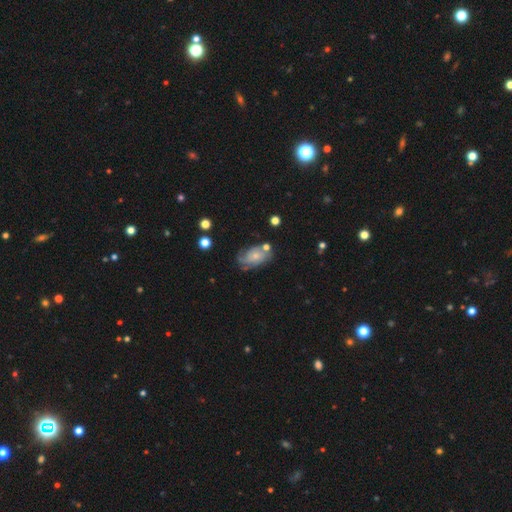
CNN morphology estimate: A featured or disk galaxy (59%) with no bar (78%), spiral arms (83%) and a small central bulge (64%). Merging: none (54%).